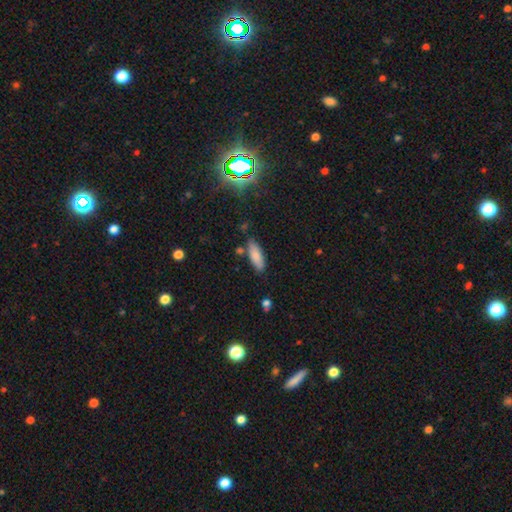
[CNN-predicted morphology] Q: Smooth or featured?
A: smooth (83%); runner-up: featured or disk (9%)
Q: How rounded?
A: in between (62%); runner-up: cigar-shaped (37%)
Q: Merging?
A: none (78%); runner-up: minor disturbance (13%)